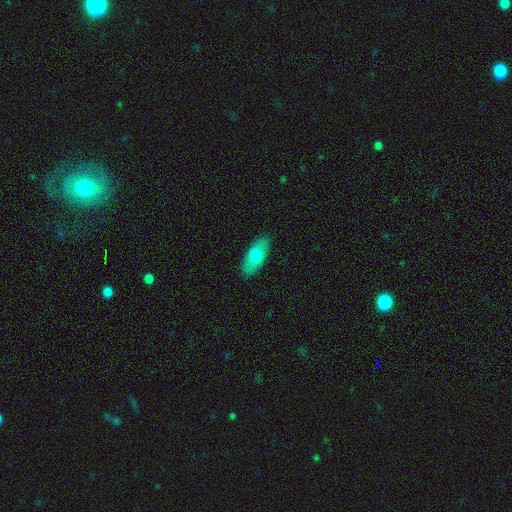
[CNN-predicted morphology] smooth_or_featured: smooth (p=0.71) [alt: featured or disk p=0.23]
how_rounded: in between (p=0.84) [alt: cigar-shaped p=0.13]
merging: none (p=0.86) [alt: minor disturbance p=0.10]